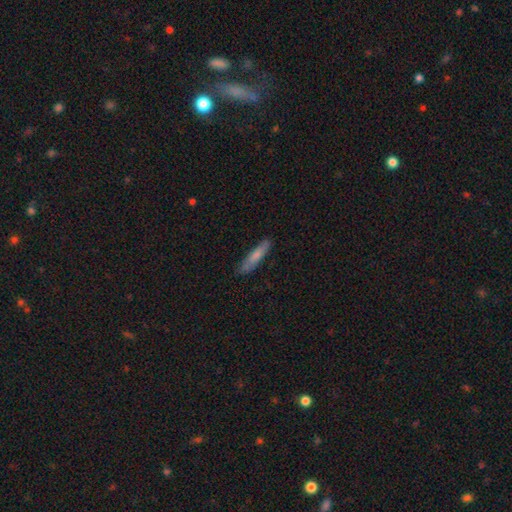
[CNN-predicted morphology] type=smooth (72%); roundness=cigar-shaped (84%); merging=none (82%).